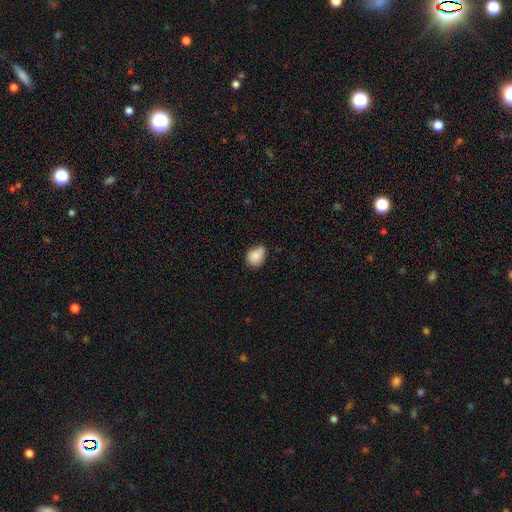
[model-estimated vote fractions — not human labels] Smooth or featured: smooth — 84% (star or artifact — 9%)
How rounded: in between — 51% (round — 48%)
Merging: none — 48% (minor disturbance — 39%)